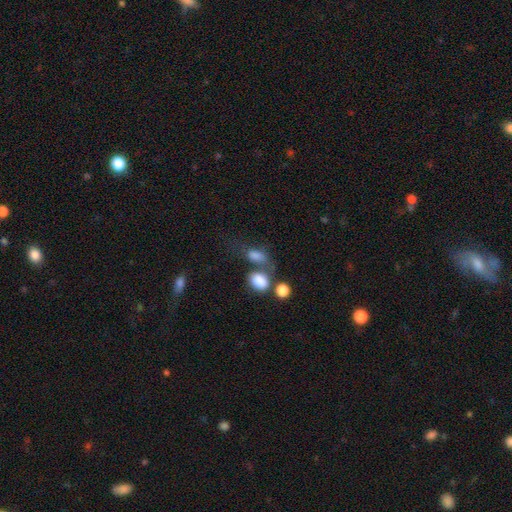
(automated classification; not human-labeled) smooth_or_featured: smooth (p=0.78) [alt: featured or disk p=0.11]
how_rounded: in between (p=0.78) [alt: round p=0.19]
merging: merger (p=0.37) [alt: none p=0.33]